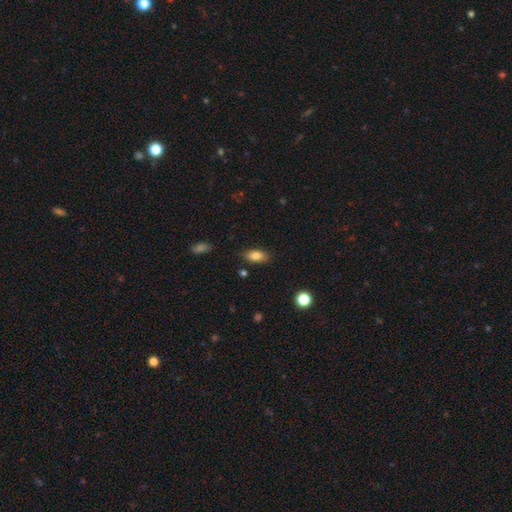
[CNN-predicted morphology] A smooth galaxy with no disk features (83%) that is in between round and cigar-shaped (88%).

Vote fractions:
- Smooth or featured? smooth: 83% / star or artifact: 8% / featured or disk: 8%
- How rounded? in between: 88% / cigar-shaped: 7% / round: 5%
- Merging? none: 83% / minor disturbance: 12% / major disturbance: 3% / merger: 2%